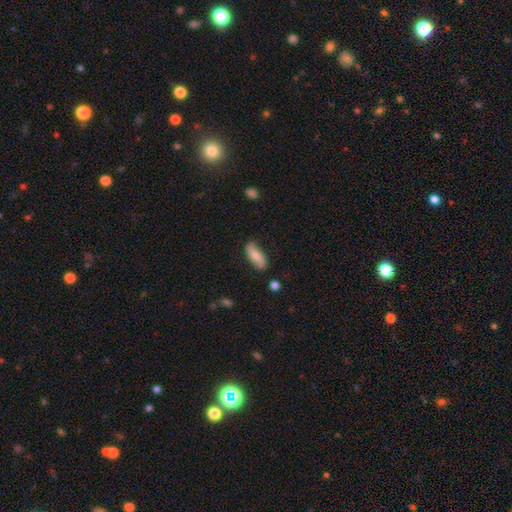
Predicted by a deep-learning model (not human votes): Smooth or featured?
  - smooth: 59% *
  - featured or disk: 35%
  - star or artifact: 6%
How rounded?
  - in between: 69% *
  - cigar-shaped: 27%
  - round: 3%
Merging?
  - none: 77% *
  - minor disturbance: 18%
  - major disturbance: 4%
  - merger: 2%